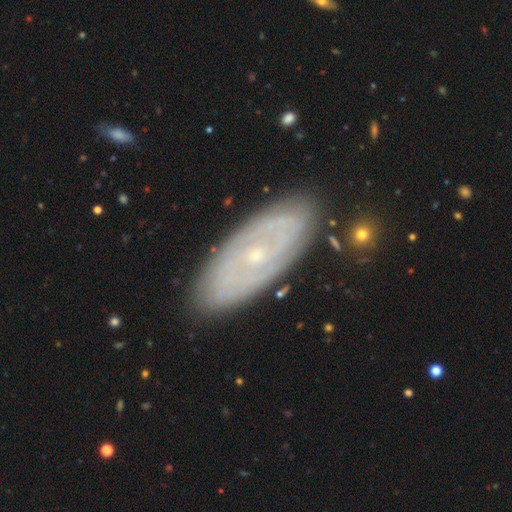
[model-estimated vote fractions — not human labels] A featured or disk galaxy (73%) with no bar (74%), spiral arms (72%) and a small central bulge (80%). Merging: none (86%).